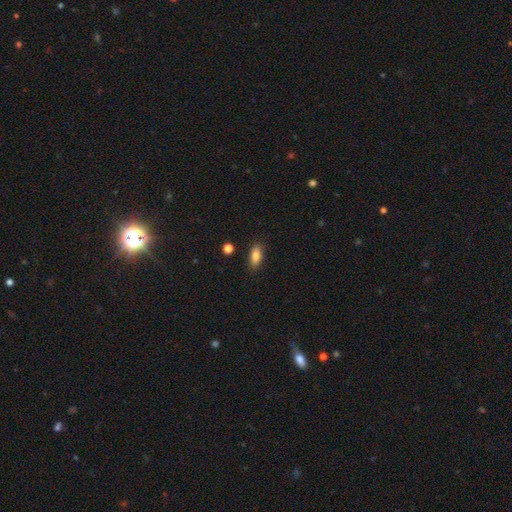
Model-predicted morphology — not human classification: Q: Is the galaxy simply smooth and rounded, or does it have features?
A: smooth — 84%.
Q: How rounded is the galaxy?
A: in between — 82%.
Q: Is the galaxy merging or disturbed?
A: none — 85%.